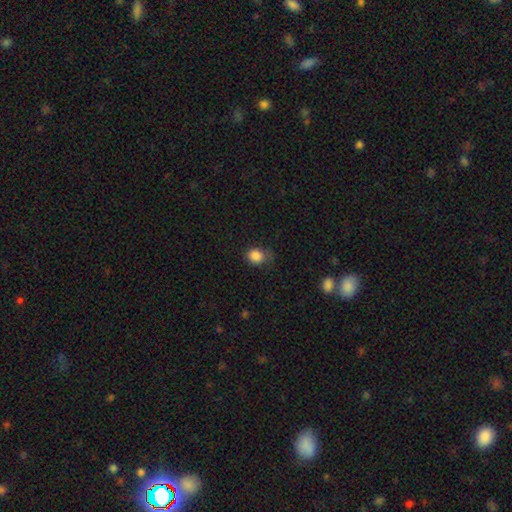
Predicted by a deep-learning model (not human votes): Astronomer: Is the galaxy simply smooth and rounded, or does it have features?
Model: smooth — 85%.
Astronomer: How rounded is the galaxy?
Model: round — 65%.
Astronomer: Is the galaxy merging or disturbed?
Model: none — 61%.